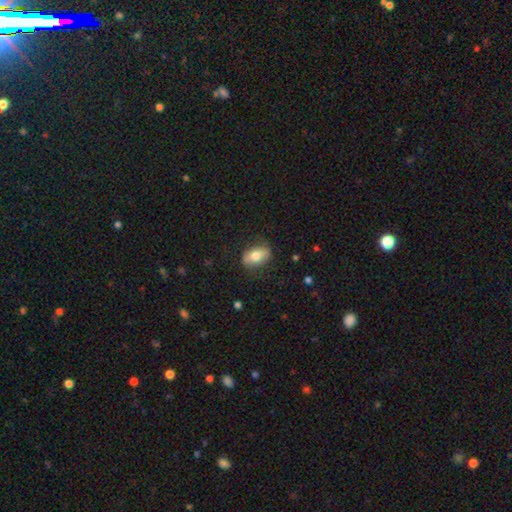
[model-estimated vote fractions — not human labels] Smooth or featured? Predicted: smooth (p=0.65). How rounded? Predicted: in between (p=0.85). Merging? Predicted: none (p=0.80).